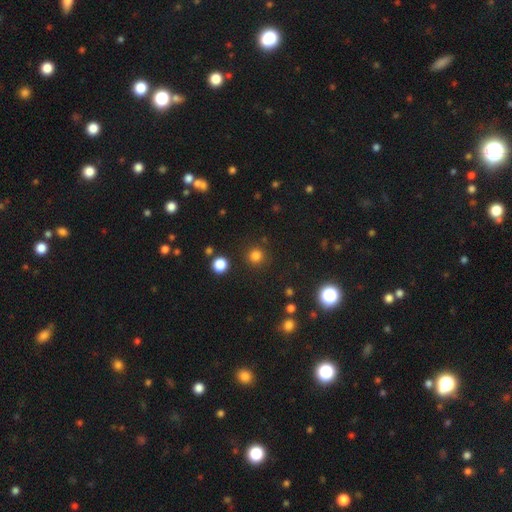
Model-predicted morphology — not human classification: Smooth or featured?
  - smooth: 80% *
  - star or artifact: 16%
  - featured or disk: 4%
How rounded?
  - round: 94% *
  - in between: 5%
  - cigar-shaped: 1%
Merging?
  - none: 89% *
  - minor disturbance: 6%
  - major disturbance: 3%
  - merger: 2%